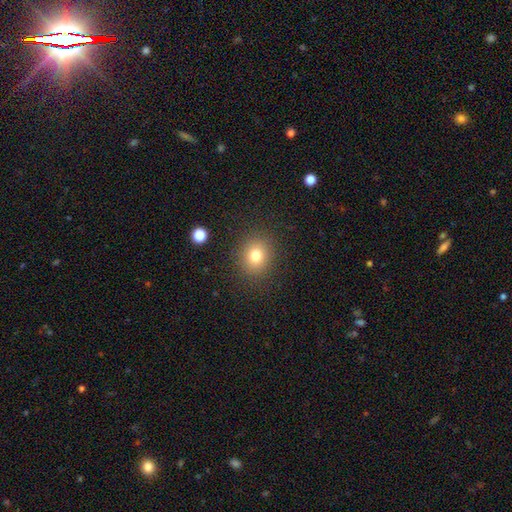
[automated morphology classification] Smooth or featured? smooth (78%)
How rounded? round (75%)
Merging? none (88%)